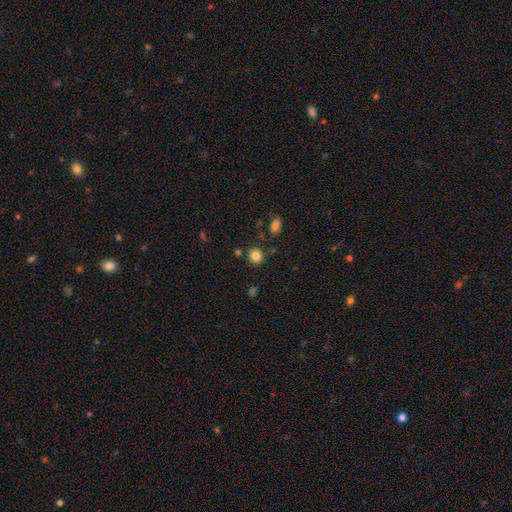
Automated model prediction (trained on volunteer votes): A smooth galaxy with no disk features (84%) that is round (85%).

Vote fractions:
- Smooth or featured? smooth: 84% / star or artifact: 11% / featured or disk: 5%
- How rounded? round: 85% / in between: 14% / cigar-shaped: 1%
- Merging? none: 85% / minor disturbance: 8% / merger: 4% / major disturbance: 3%